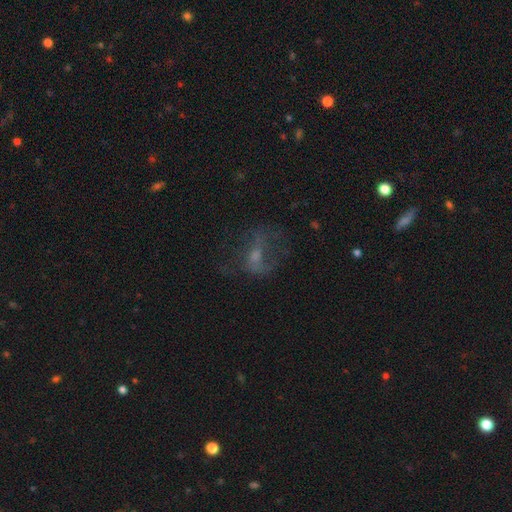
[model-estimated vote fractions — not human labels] A featured or disk galaxy (51%). Merging: none (44%).